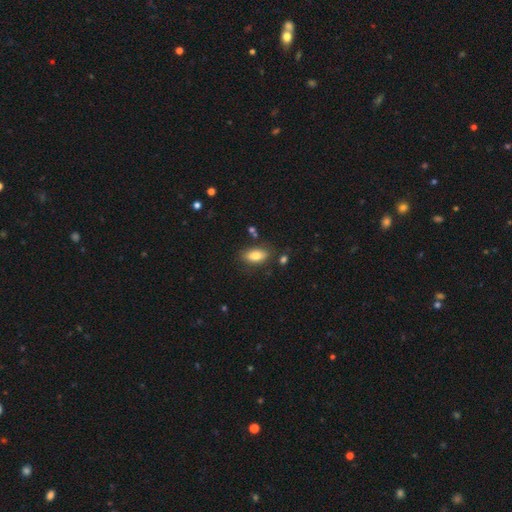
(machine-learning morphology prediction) Q: Smooth or featured?
A: smooth (80%); runner-up: featured or disk (12%)
Q: How rounded?
A: in between (89%); runner-up: cigar-shaped (7%)
Q: Merging?
A: none (79%); runner-up: minor disturbance (14%)